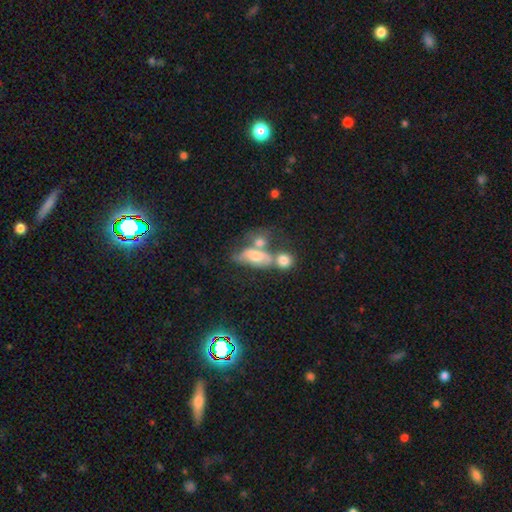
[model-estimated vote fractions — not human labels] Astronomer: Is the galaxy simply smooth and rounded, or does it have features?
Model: smooth — 50% (runner-up: featured or disk, 37%).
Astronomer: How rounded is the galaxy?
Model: in between — 80%.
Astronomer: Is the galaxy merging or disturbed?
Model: merger — 49%.